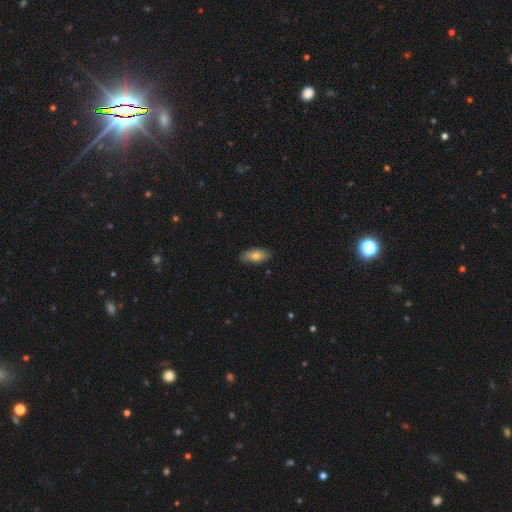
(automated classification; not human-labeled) Smooth or featured? Predicted: smooth (p=0.71). How rounded? Predicted: in between (p=0.86). Merging? Predicted: none (p=0.81).